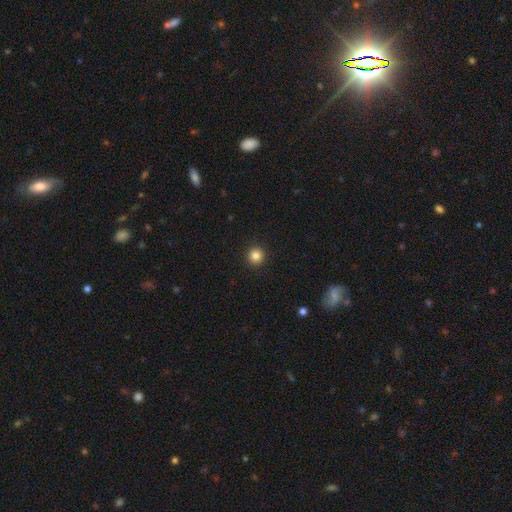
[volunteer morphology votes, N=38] Smooth or featured: smooth — 89% (star or artifact — 8%)
How rounded: round — 97% (in between — 3%)
Merging: none — 100%